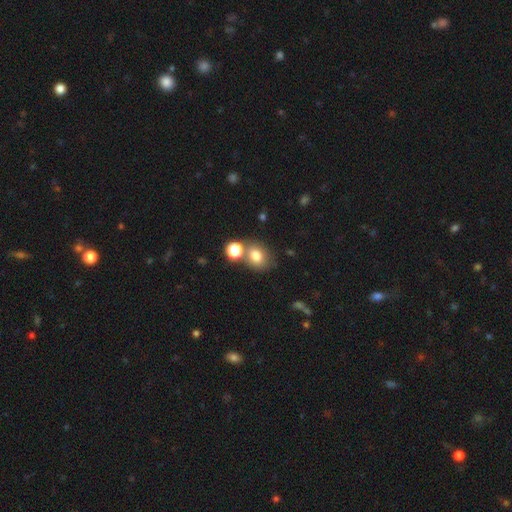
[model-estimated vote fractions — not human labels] A smooth galaxy with no disk features (78%) that is round (53%). Merging: none (59%).